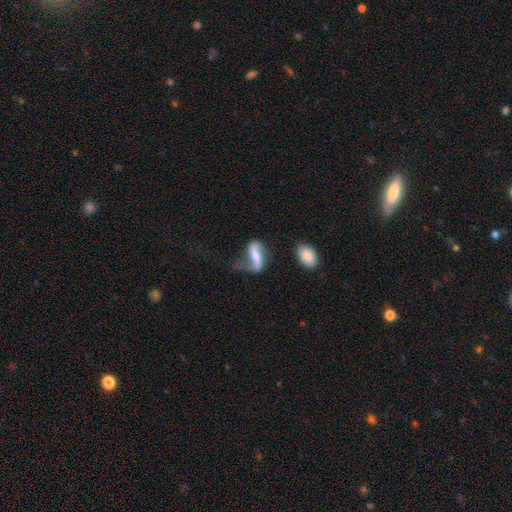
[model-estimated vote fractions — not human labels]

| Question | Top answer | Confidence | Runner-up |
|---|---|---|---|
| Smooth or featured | featured or disk | 62% | smooth (30%) |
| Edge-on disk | no | 90% | yes (10%) |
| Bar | strong | 45% | weak (31%) |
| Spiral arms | yes | 82% | no (18%) |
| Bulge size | small | 36% | moderate (34%) |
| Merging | none | 35% | major disturbance (33%) |